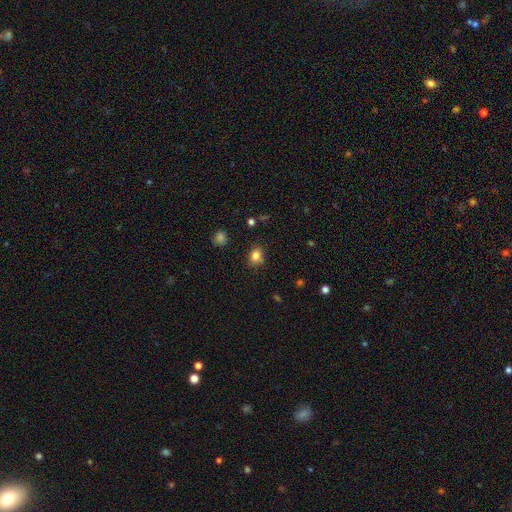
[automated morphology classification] The model was most divided on "how rounded": round: 53%, in between: 46%, cigar-shaped: 1%. More confident: smooth or featured — smooth (81%); merging — none (79%).